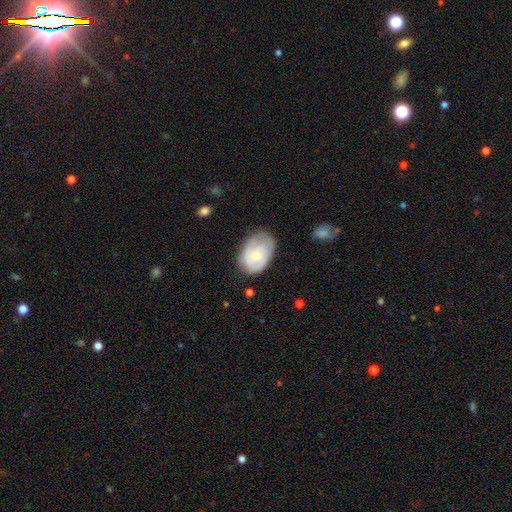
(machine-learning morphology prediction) featured or disk 49%, smooth 45%, star or artifact 6%. Down the decision tree: merging — none (61%).